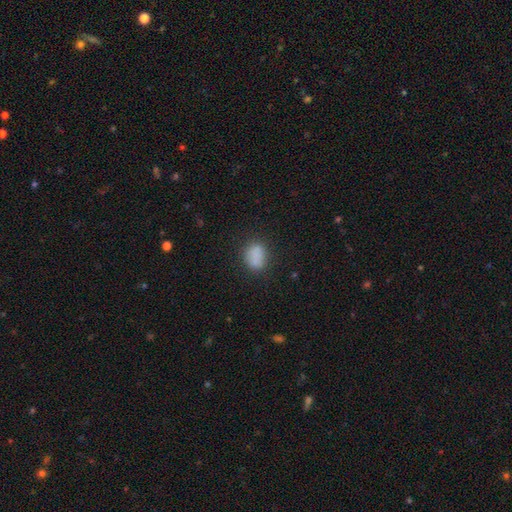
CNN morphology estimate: This appears to be a smooth galaxy with no disk features (82%) that is in between round and cigar-shaped (58%). Merging: none (75%).